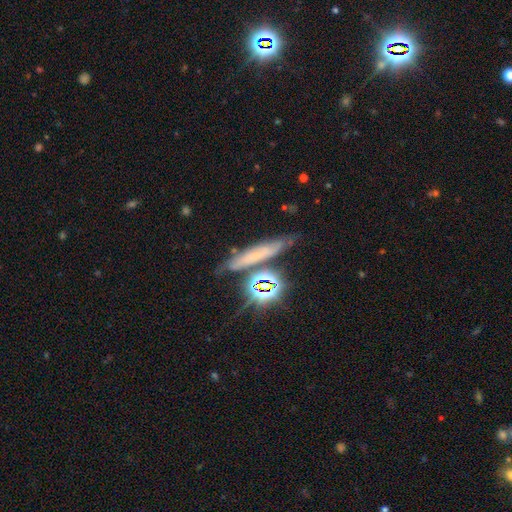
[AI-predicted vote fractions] smooth_or_featured: smooth (p=0.37) [alt: featured or disk p=0.32]
merging: none (p=0.66) [alt: minor disturbance p=0.18]